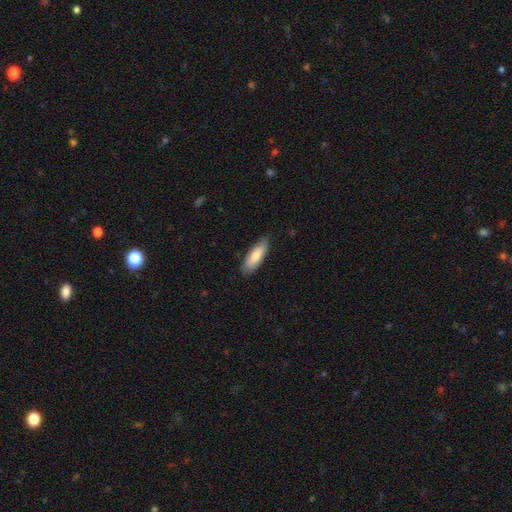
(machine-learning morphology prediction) Smooth or featured: smooth — 79% (featured or disk — 15%)
How rounded: in between — 56% (cigar-shaped — 42%)
Merging: none — 84% (minor disturbance — 13%)